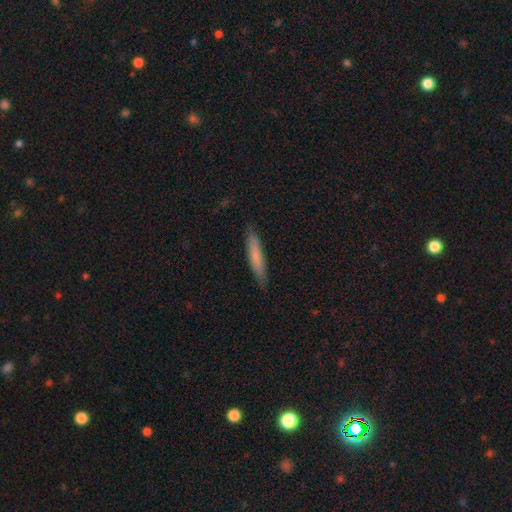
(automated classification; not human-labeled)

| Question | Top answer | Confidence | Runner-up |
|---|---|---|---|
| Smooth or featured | smooth | 73% | featured or disk (21%) |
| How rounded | cigar-shaped | 91% | in between (8%) |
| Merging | none | 87% | minor disturbance (10%) |